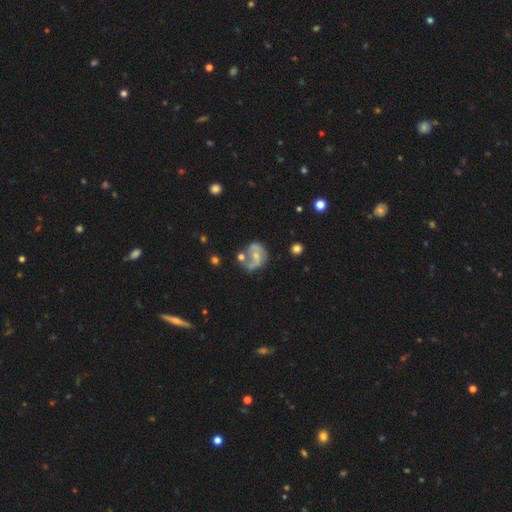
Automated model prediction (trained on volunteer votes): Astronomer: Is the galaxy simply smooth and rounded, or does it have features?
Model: featured or disk — 70%.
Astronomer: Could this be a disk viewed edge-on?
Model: no — 97%.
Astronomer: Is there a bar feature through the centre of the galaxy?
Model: no — 47% (runner-up: weak, 39%).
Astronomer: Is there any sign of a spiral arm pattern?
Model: yes — 78%.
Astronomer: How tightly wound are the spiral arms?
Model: medium — 45% (runner-up: loose, 37%).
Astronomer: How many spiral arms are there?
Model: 2 — 74%.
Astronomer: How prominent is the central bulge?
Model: small — 49% (runner-up: moderate, 43%).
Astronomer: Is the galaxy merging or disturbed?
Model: none — 45% (runner-up: minor disturbance, 23%).